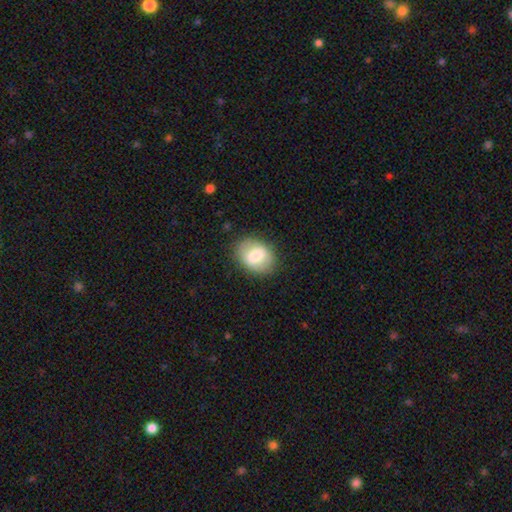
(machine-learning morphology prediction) Smooth or featured? Predicted: smooth (p=0.72). How rounded? Predicted: in between (p=0.67). Merging? Predicted: none (p=0.83).